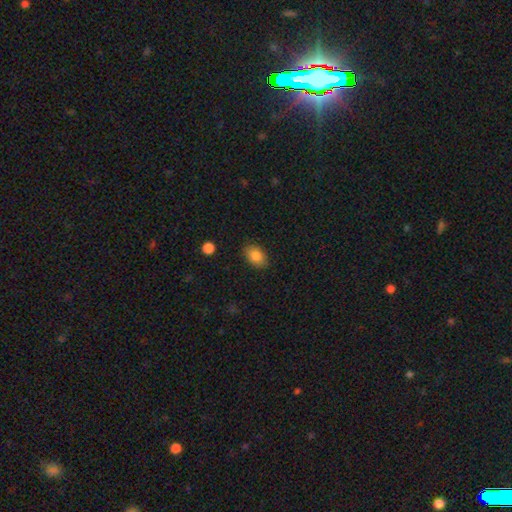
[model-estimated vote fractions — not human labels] This appears to be a smooth galaxy with no disk features (84%) that is in between round and cigar-shaped (83%). Merging: none (87%).